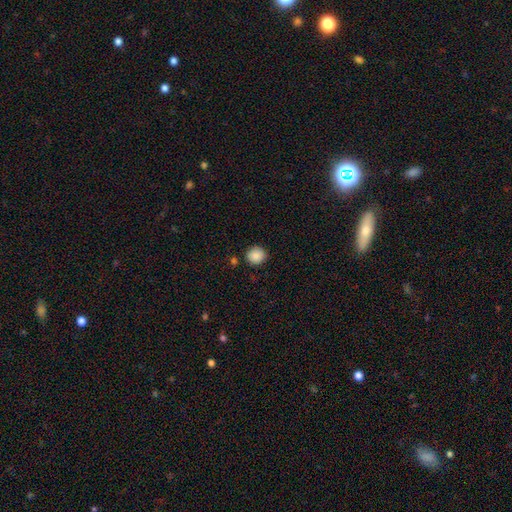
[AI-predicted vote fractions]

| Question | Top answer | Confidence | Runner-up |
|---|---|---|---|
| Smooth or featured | smooth | 88% | star or artifact (9%) |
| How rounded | round | 88% | in between (11%) |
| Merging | none | 88% | minor disturbance (8%) |